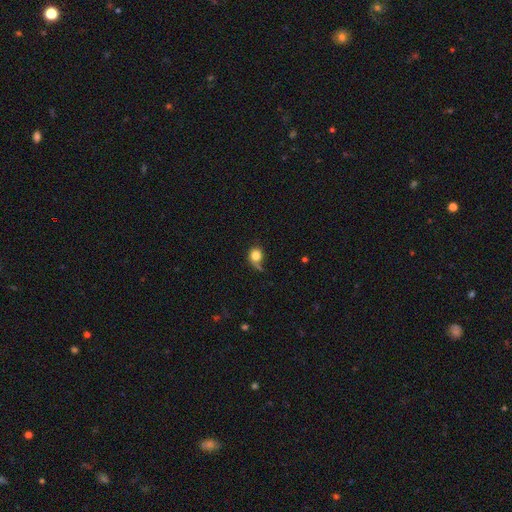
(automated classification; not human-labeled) Smooth or featured?
  - smooth: 78% *
  - featured or disk: 12%
  - star or artifact: 10%
How rounded?
  - round: 77% *
  - in between: 21%
  - cigar-shaped: 1%
Merging?
  - none: 43% *
  - minor disturbance: 26%
  - major disturbance: 24%
  - merger: 8%